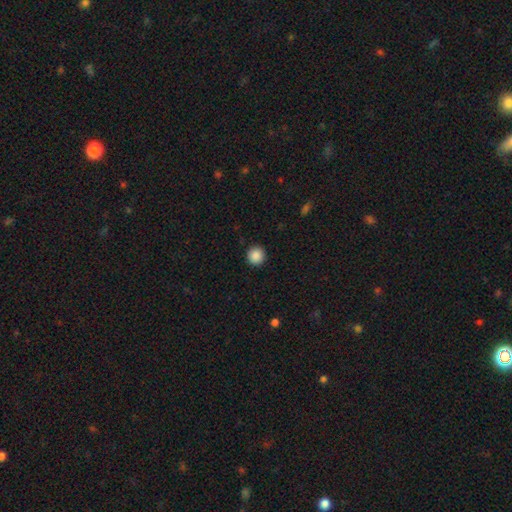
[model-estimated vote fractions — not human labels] Overall: smooth (89%). How rounded: round (95%). Merging: none (93%).